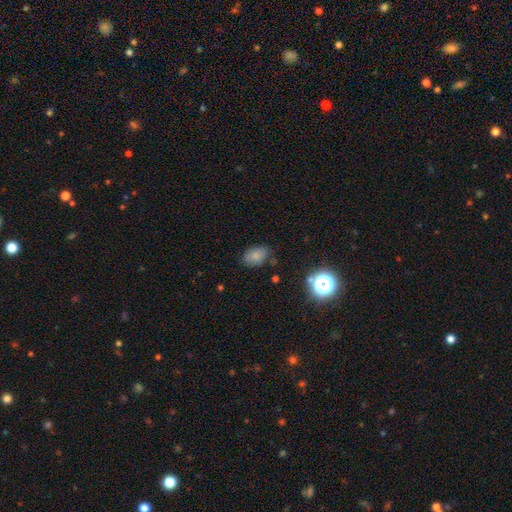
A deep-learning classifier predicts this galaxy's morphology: smooth 78%, star or artifact 13%, featured or disk 9%. Down the decision tree: how rounded — in between (81%); merging — none (75%).